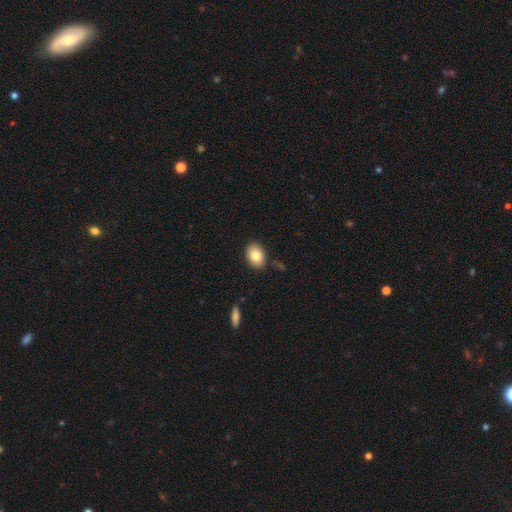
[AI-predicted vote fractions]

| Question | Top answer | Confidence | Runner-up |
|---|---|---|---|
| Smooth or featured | smooth | 83% | featured or disk (9%) |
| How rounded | in between | 78% | round (21%) |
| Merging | none | 86% | minor disturbance (10%) |